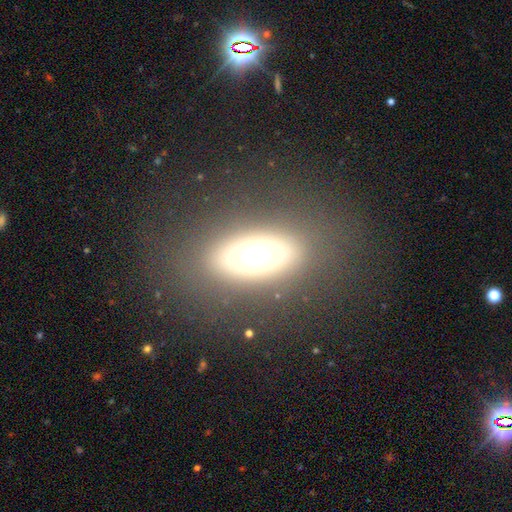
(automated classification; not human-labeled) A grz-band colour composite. It shows a featured or disk galaxy (53%). Merging: none (82%).